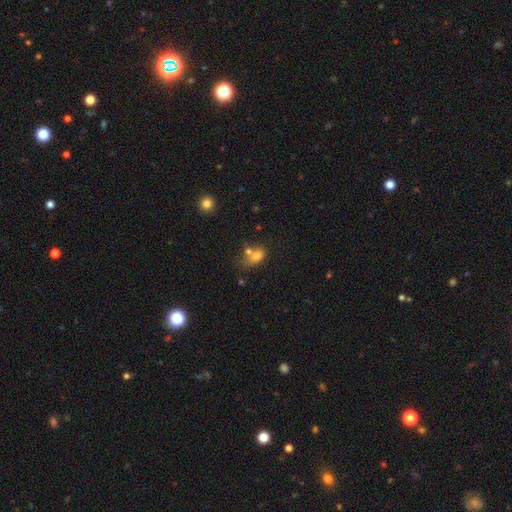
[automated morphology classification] A smooth galaxy with no disk features (73%) that is in between round and cigar-shaped (75%). Merging: merger (44%).